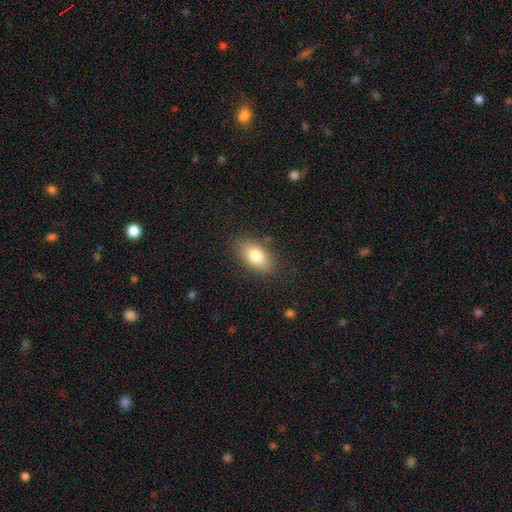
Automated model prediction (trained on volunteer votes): Smooth or featured? smooth (79%)
How rounded? in between (90%)
Merging? none (84%)